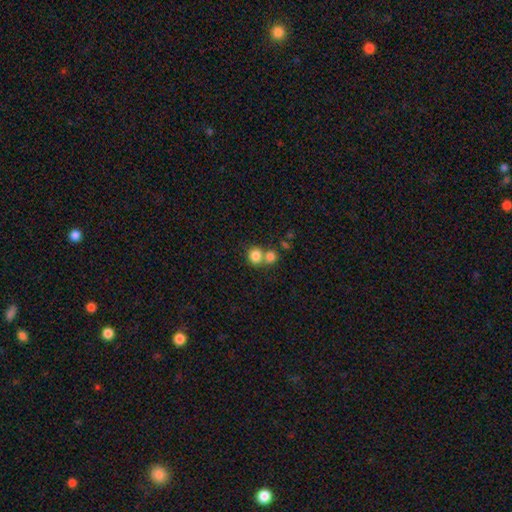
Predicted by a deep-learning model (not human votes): Smooth or featured? smooth (82%)
How rounded? round (76%)
Merging? merger (48%)